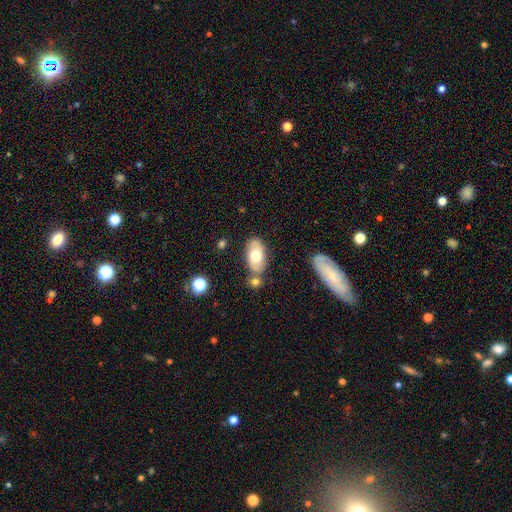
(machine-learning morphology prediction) Smooth or featured: smooth — 61% (featured or disk — 32%)
How rounded: in between — 92% (round — 5%)
Merging: none — 70% (minor disturbance — 15%)